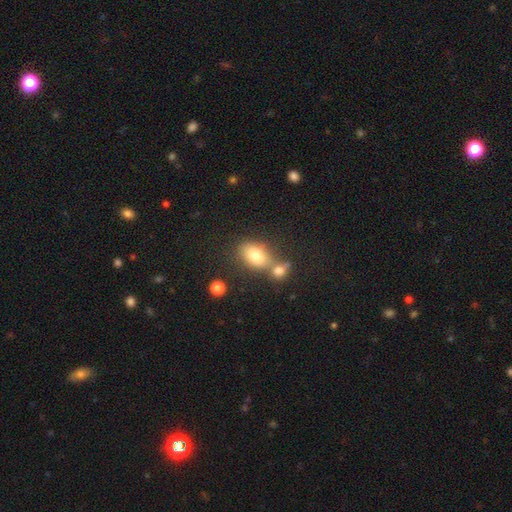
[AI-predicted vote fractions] Smooth or featured?
  - smooth: 78% *
  - featured or disk: 12%
  - star or artifact: 10%
How rounded?
  - in between: 81% *
  - round: 17%
  - cigar-shaped: 2%
Merging?
  - none: 47% *
  - merger: 36%
  - minor disturbance: 12%
  - major disturbance: 5%